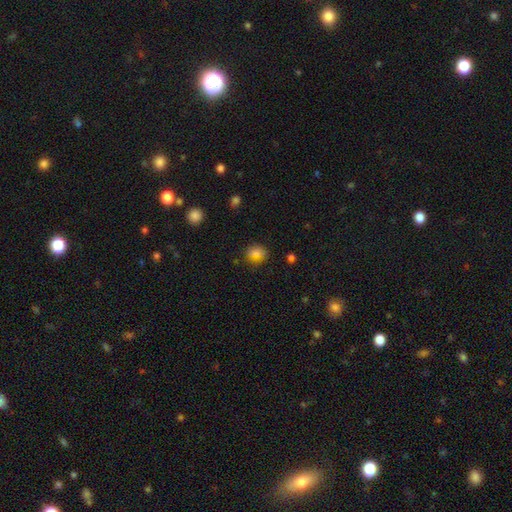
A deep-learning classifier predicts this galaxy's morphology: The model was most divided on "how rounded": round: 68%, in between: 31%, cigar-shaped: 1%. More confident: merging — none (83%); smooth or featured — smooth (77%).